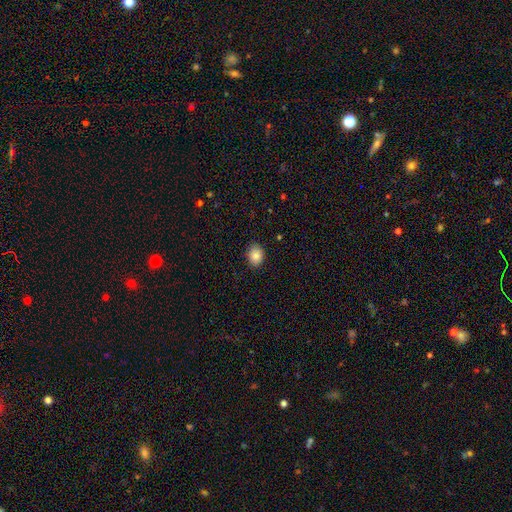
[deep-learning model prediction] smooth_or_featured: smooth (p=0.86) [alt: star or artifact p=0.08]
how_rounded: in between (p=0.63) [alt: round p=0.37]
merging: none (p=0.86) [alt: minor disturbance p=0.11]